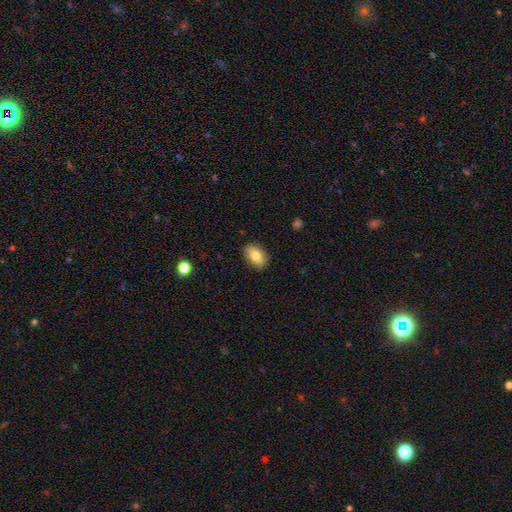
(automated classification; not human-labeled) A smooth galaxy with no disk features (79%) that is in between round and cigar-shaped (89%).

Vote fractions:
- Smooth or featured? smooth: 79% / featured or disk: 14% / star or artifact: 7%
- How rounded? in between: 89% / round: 9% / cigar-shaped: 2%
- Merging? none: 87% / minor disturbance: 10% / major disturbance: 2% / merger: 1%